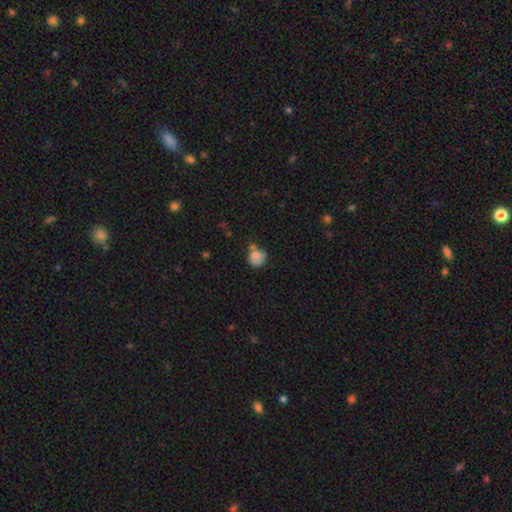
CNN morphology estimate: type=smooth (68%); roundness=round (73%); merging=none (41%).